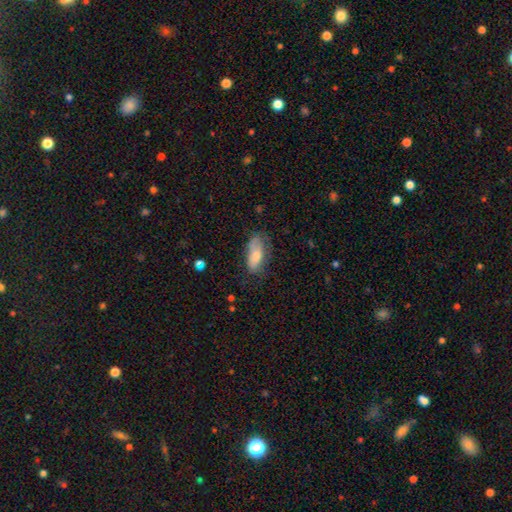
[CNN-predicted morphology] Smooth or featured: smooth — 73% (featured or disk — 20%)
How rounded: in between — 83% (cigar-shaped — 15%)
Merging: none — 51% (minor disturbance — 31%)